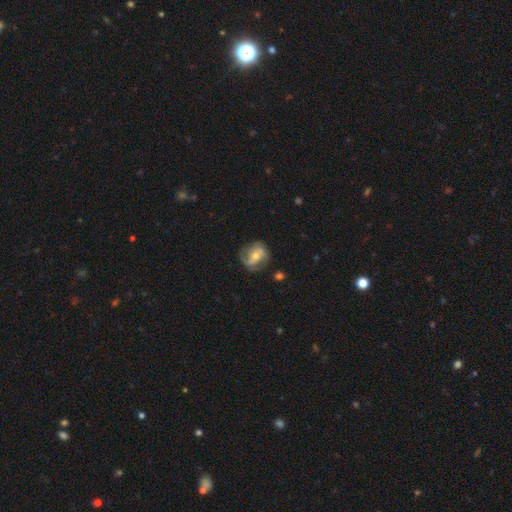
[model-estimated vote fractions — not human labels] This is likely a featured or disk galaxy (63%). It is clearly not viewed edge-on (96%). Bar: marginally no (43%). Spiral arm pattern: likely yes (79%). Central bulge: possibly moderate (56%). Merging: likely none (63%).